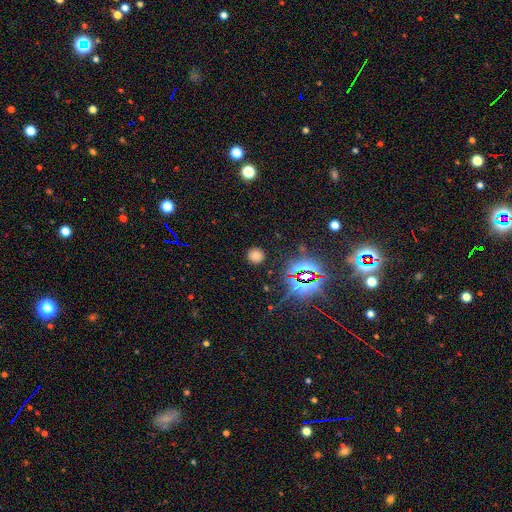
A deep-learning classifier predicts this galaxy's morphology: type=smooth (68%); roundness=round (91%); merging=none (89%).